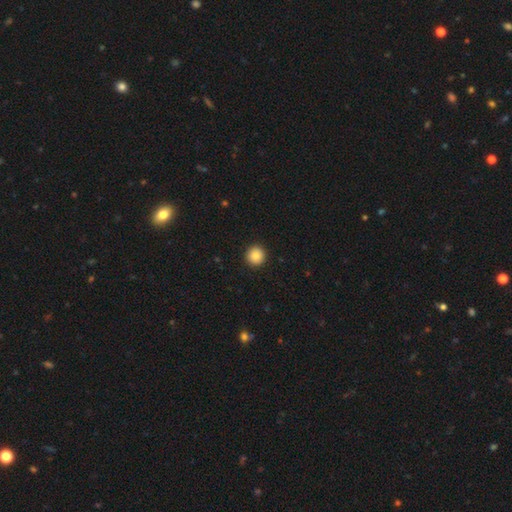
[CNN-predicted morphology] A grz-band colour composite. It shows a smooth galaxy with no disk features (86%) that is round (95%). Merging: none (93%).